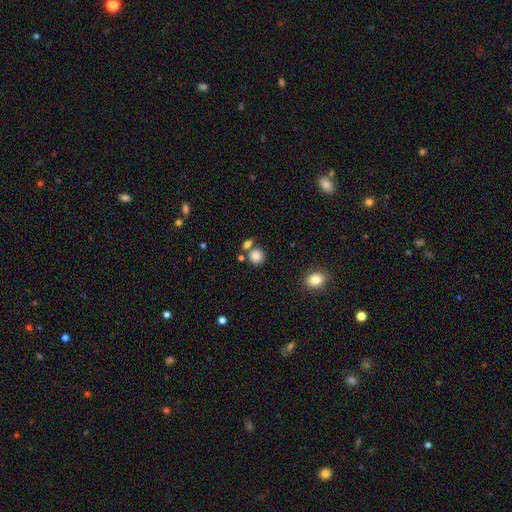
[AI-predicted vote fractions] This is clearly a smooth galaxy (85%). How rounded: clearly round (87%). Merging: likely none (69%).